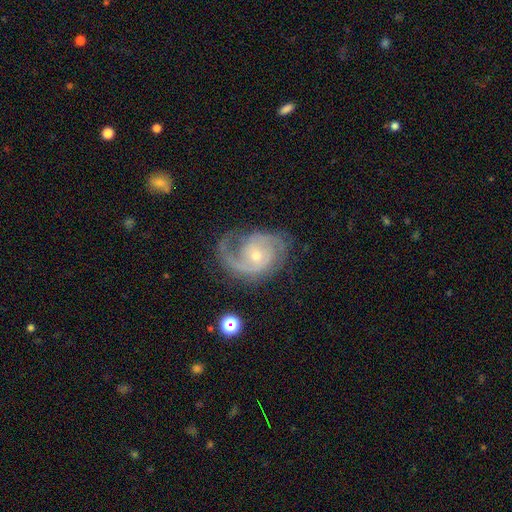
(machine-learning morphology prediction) Smooth or featured? featured or disk (89%)
Edge-on disk? no (98%)
Bar? no (62%)
Spiral arms? yes (97%)
Spiral winding? medium (48%)
Spiral arm count? 2 (62%)
Bulge size? small (59%)
Merging? none (66%)